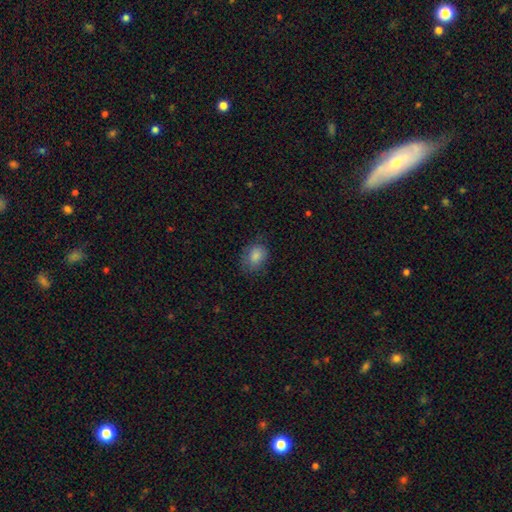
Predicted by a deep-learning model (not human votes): Smooth or featured?
  - smooth: 84% *
  - star or artifact: 9%
  - featured or disk: 7%
How rounded?
  - in between: 55% *
  - round: 44%
  - cigar-shaped: 1%
Merging?
  - none: 69% *
  - minor disturbance: 22%
  - major disturbance: 8%
  - merger: 1%